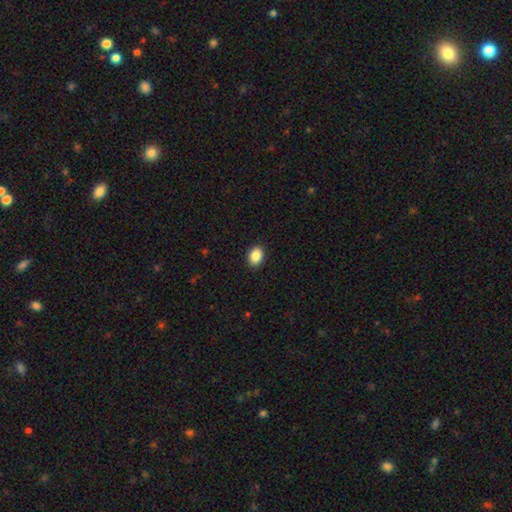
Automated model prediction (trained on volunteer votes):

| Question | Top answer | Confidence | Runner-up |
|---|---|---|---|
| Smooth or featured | smooth | 89% | star or artifact (8%) |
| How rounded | in between | 75% | round (24%) |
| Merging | none | 90% | minor disturbance (7%) |